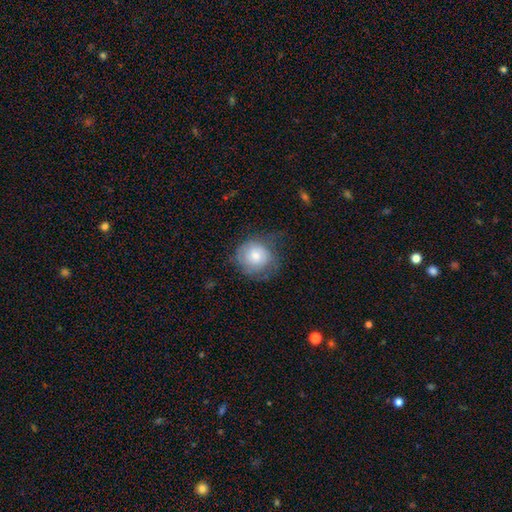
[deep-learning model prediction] Smooth or featured?
  - smooth: 63% *
  - featured or disk: 30%
  - star or artifact: 7%
How rounded?
  - round: 86% *
  - in between: 13%
  - cigar-shaped: 1%
Merging?
  - none: 56% *
  - minor disturbance: 28%
  - major disturbance: 15%
  - merger: 1%